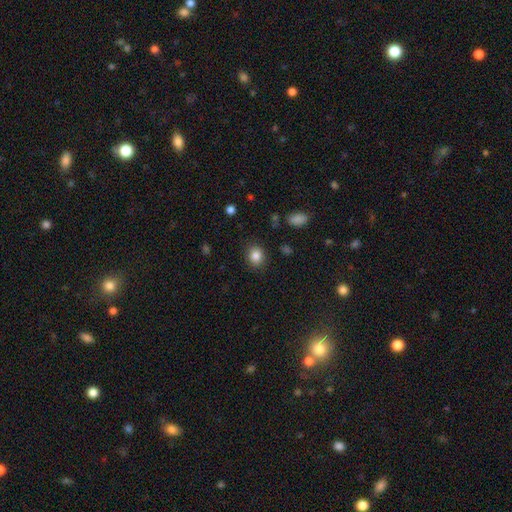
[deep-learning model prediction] Overall: smooth (84%). How rounded: round (65%; in between 35%). Merging: none (87%).